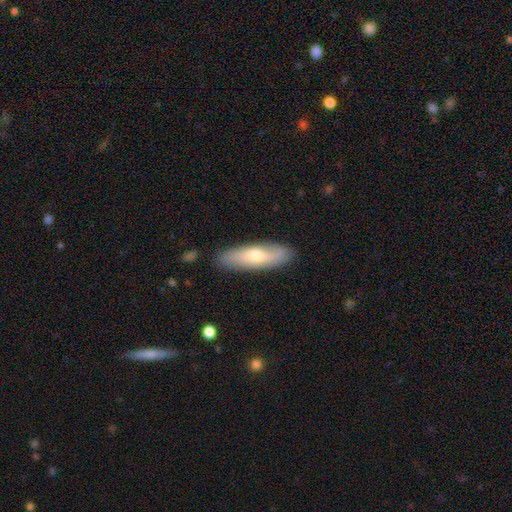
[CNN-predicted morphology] smooth 58%, featured or disk 36%, star or artifact 6%. Down the decision tree: how rounded — cigar-shaped (58%); merging — none (86%).